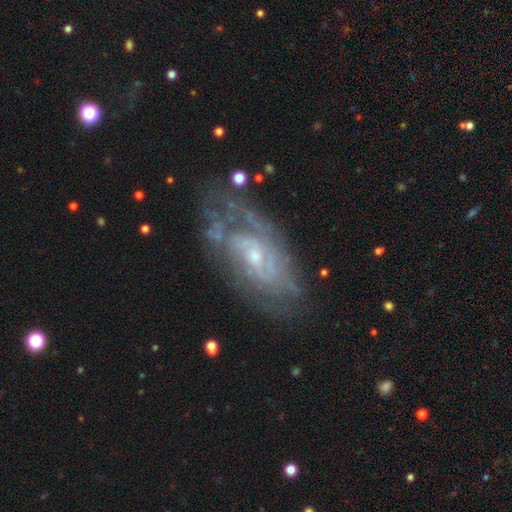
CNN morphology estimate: This is clearly a featured or disk galaxy (84%). It is clearly not viewed edge-on (94%). Bar: possibly no (59%). Spiral arm pattern: clearly yes (90%). Spiral arm count: marginally can't tell (42%). Spiral winding: possibly tight (58%). Central bulge: likely small (61%). Merging: likely none (63%).